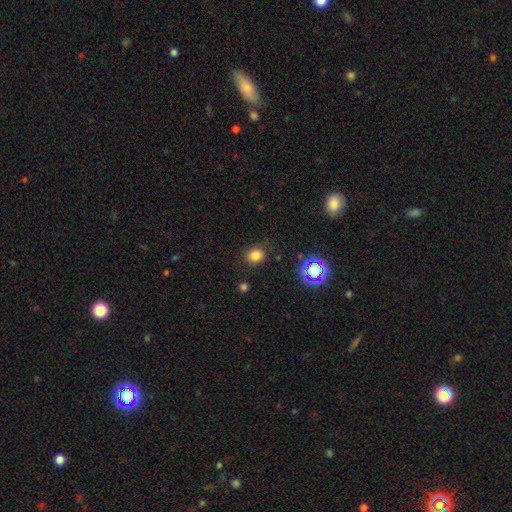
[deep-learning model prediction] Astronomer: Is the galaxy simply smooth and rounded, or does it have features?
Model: smooth — 78%.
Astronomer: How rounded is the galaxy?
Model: round — 68%.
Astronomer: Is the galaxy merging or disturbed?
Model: none — 82%.